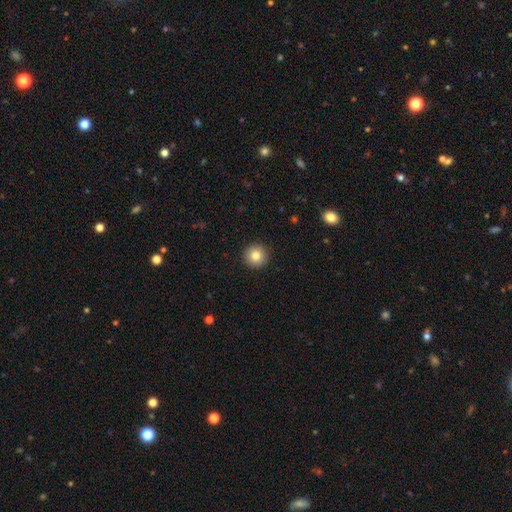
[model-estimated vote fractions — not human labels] Overall: smooth (82%). How rounded: round (96%). Merging: none (93%).